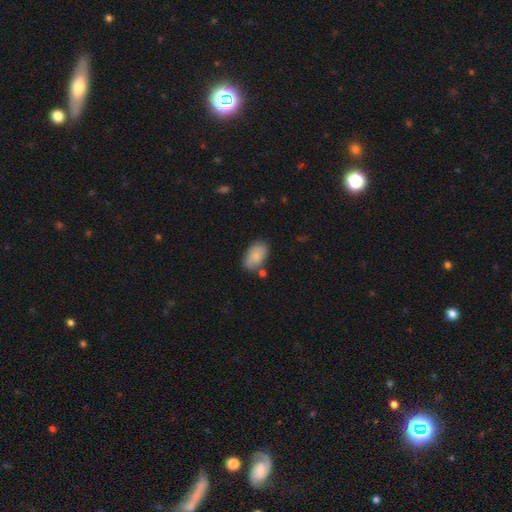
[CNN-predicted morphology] The model was most divided on "merging": none: 69%, minor disturbance: 19%, merger: 8%, major disturbance: 4%. More confident: how rounded — in between (93%); smooth or featured — smooth (83%).